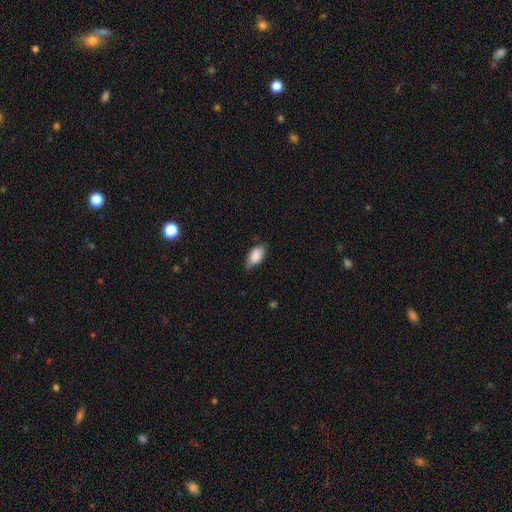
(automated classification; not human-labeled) Q: Smooth or featured?
A: smooth (84%); runner-up: featured or disk (10%)
Q: How rounded?
A: in between (91%); runner-up: cigar-shaped (5%)
Q: Merging?
A: none (65%); runner-up: minor disturbance (28%)